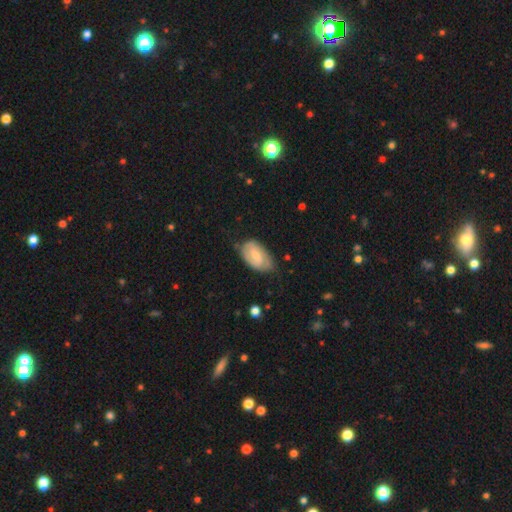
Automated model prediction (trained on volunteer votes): This is possibly a featured or disk galaxy (54%). It is clearly not viewed edge-on (95%). Bar: possibly weak (51%). Spiral arm pattern: likely yes (78%). Central bulge: possibly small (52%). Merging: possibly none (59%).